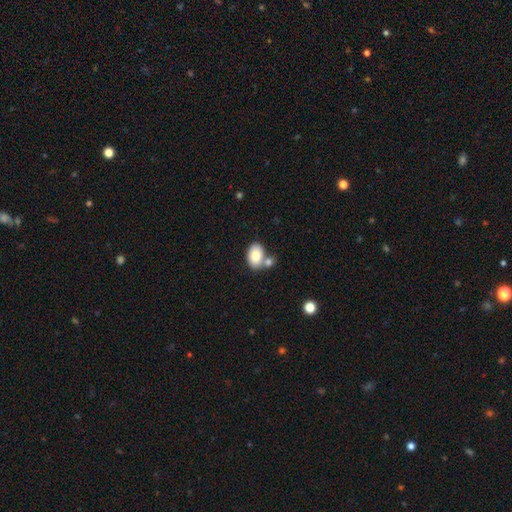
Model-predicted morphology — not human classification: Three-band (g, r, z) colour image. It shows a smooth galaxy with no disk features (81%) that is in between round and cigar-shaped (88%). Merging: none (50%).